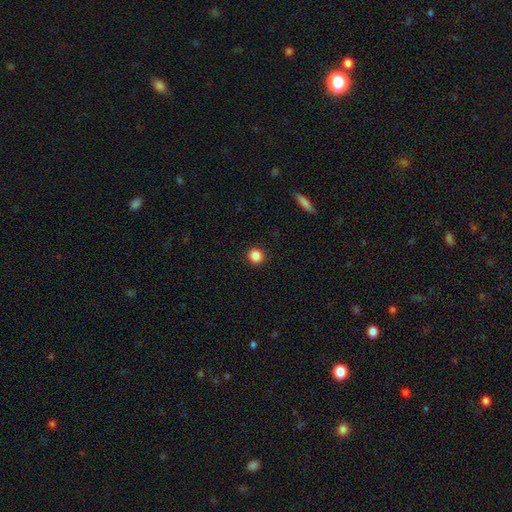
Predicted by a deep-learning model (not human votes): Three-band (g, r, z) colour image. It shows a smooth galaxy with no disk features (87%) that is round (89%). Merging: none (92%).